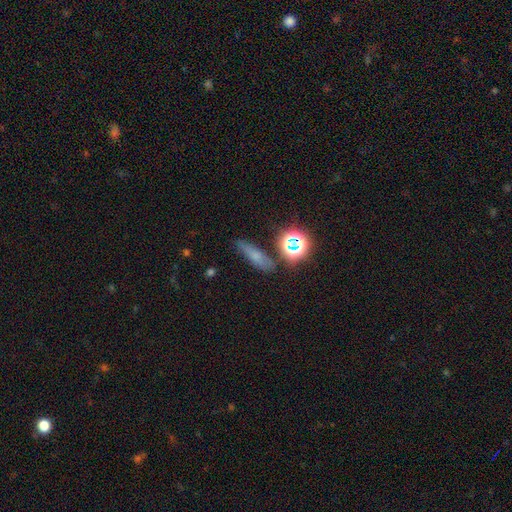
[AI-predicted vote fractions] Smooth or featured?
  - smooth: 56% *
  - star or artifact: 23%
  - featured or disk: 22%
How rounded?
  - cigar-shaped: 60% *
  - in between: 29%
  - round: 12%
Merging?
  - none: 75% *
  - minor disturbance: 15%
  - merger: 6%
  - major disturbance: 5%